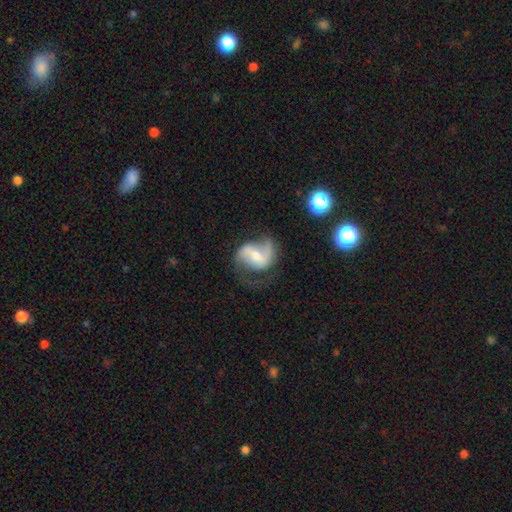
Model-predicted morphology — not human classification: Smooth or featured: featured or disk — 77% (smooth — 16%)
Edge-on disk: no — 97% (yes — 3%)
Bar: weak — 44% (no — 29%)
Spiral arms: yes — 92% (no — 8%)
Spiral winding: loose — 47% (medium — 42%)
Spiral arm count: 2 — 81% (1 — 11%)
Bulge size: moderate — 58% (small — 33%)
Merging: none — 55% (minor disturbance — 21%)